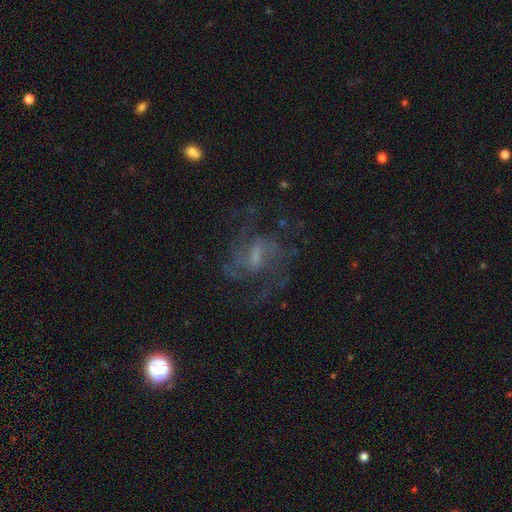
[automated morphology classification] Smooth or featured? featured or disk (74%)
Edge-on disk? no (96%)
Bar? weak (53%)
Spiral arms? yes (89%)
Spiral winding? medium (51%)
Spiral arm count? 2 (35%)
Bulge size? small (42%)
Merging? none (63%)